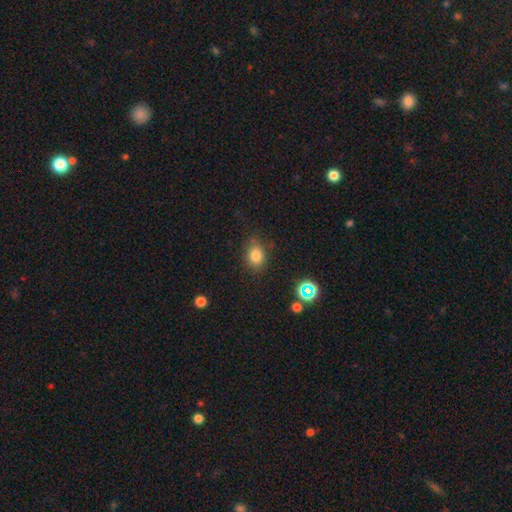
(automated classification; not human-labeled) The model was most divided on "how rounded" (2-way tie): round: 49%, in between: 49%, cigar-shaped: 1%. More confident: smooth or featured — smooth (79%); merging — none (74%).